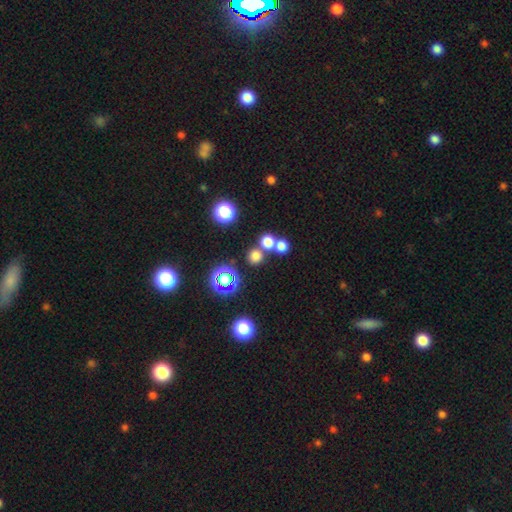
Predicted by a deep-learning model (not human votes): This is likely a smooth galaxy (68%). How rounded: clearly round (90%). Merging: likely none (66%).